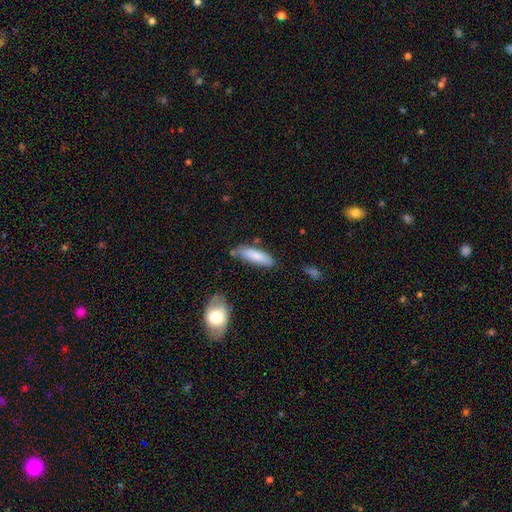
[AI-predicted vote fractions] smooth_or_featured: smooth (p=0.80) [alt: featured or disk p=0.14]
how_rounded: cigar-shaped (p=0.54) [alt: in between p=0.45]
merging: none (p=0.70) [alt: minor disturbance p=0.21]